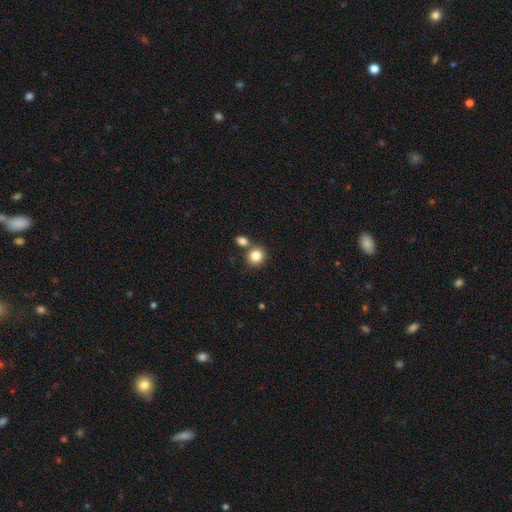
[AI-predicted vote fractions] Smooth or featured? smooth (84%)
How rounded? round (79%)
Merging? none (64%)